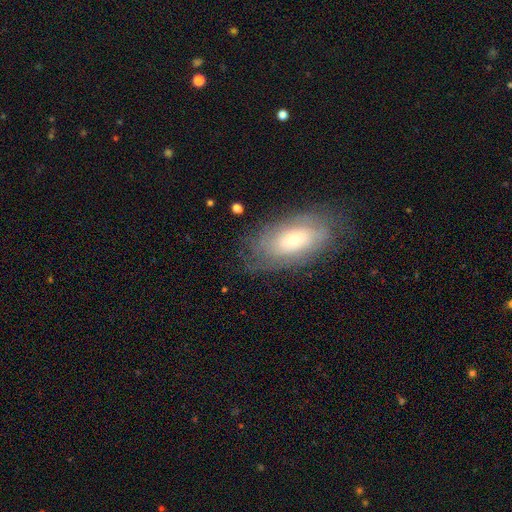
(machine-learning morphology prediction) A featured or disk galaxy (58%) with no bar (61%), spiral arms (79%) and a moderate central bulge (57%).

Vote fractions:
- Smooth or featured? featured or disk: 58% / smooth: 29% / star or artifact: 13%
- Edge-on disk? no: 88% / yes: 12%
- Bar? no: 61% / weak: 30% / strong: 8%
- Spiral arms? yes: 79% / no: 21%
- Bulge size? moderate: 57% / small: 28% / large: 12% / none: 2% / dominant: 2%
- Merging? none: 80% / minor disturbance: 14% / major disturbance: 5% / merger: 1%